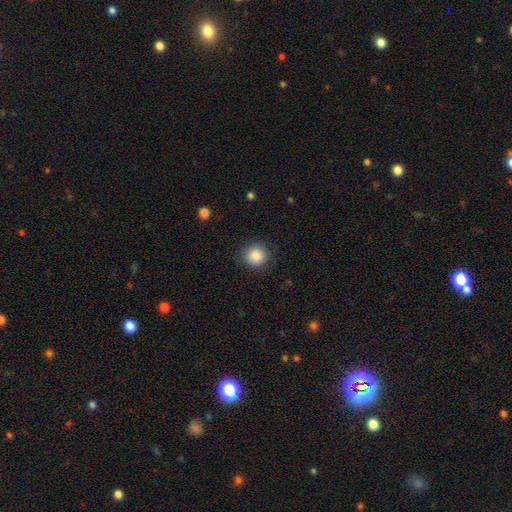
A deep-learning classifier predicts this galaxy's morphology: Smooth or featured: smooth — 87% (star or artifact — 9%)
How rounded: round — 92% (in between — 7%)
Merging: none — 89% (minor disturbance — 8%)